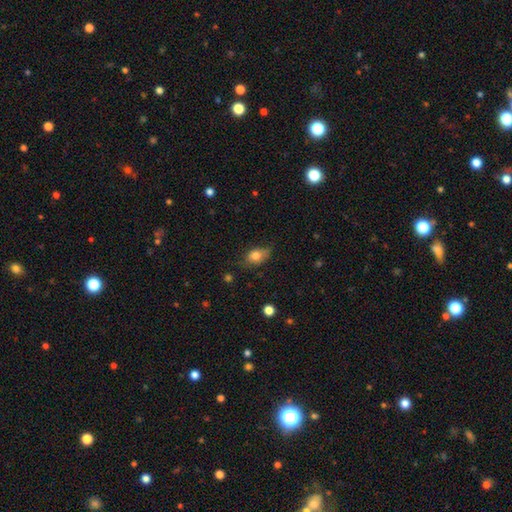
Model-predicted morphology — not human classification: smooth-or-featured: smooth: 77% | featured or disk: 14% | star or artifact: 9%
  how-rounded: in between: 73% | round: 24% | cigar-shaped: 3%
  merging: none: 59% | minor disturbance: 31% | major disturbance: 8% | merger: 2%